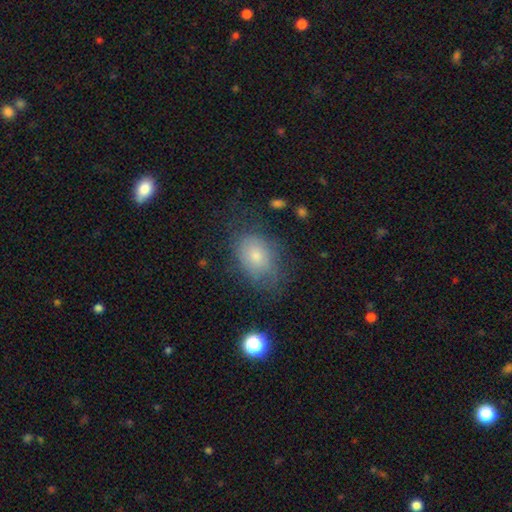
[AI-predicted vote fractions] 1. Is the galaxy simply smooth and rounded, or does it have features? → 65% smooth, 24% featured or disk, 11% star or artifact.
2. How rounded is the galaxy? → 77% in between, 22% round, 1% cigar-shaped.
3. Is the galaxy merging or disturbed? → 56% none, 26% minor disturbance, 17% major disturbance, 2% merger.